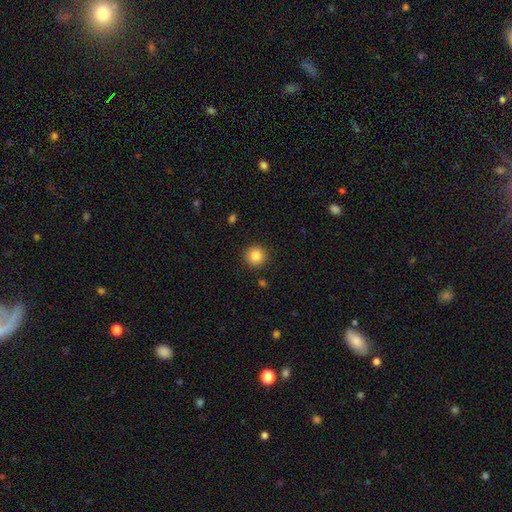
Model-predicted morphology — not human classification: Smooth or featured? smooth (85%)
How rounded? round (95%)
Merging? none (91%)